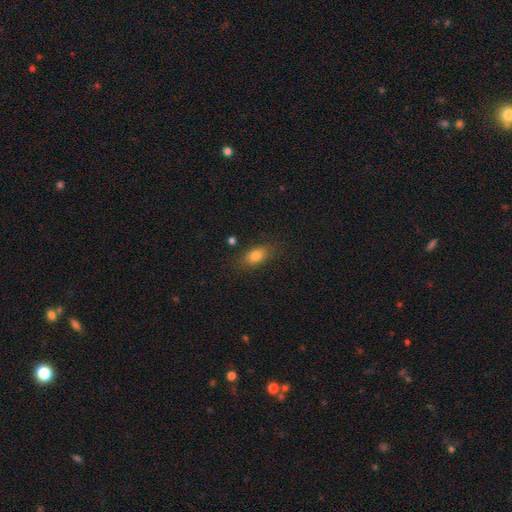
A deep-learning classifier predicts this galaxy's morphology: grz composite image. It shows a smooth galaxy with no disk features (79%) that is in between round and cigar-shaped (81%). Merging: none (80%).